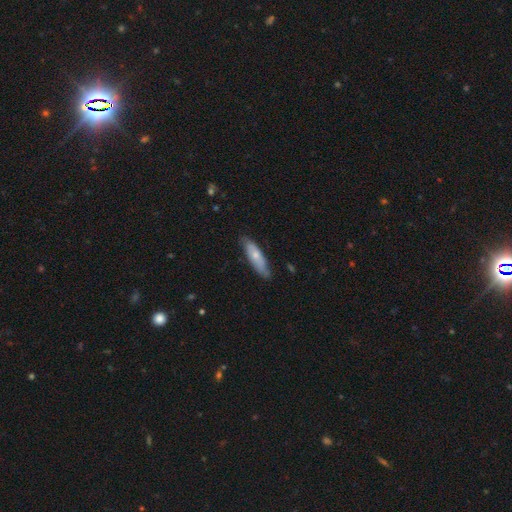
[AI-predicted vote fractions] This appears to be a smooth galaxy with no disk features (64%) that is cigar-shaped (58%). Merging: none (76%).